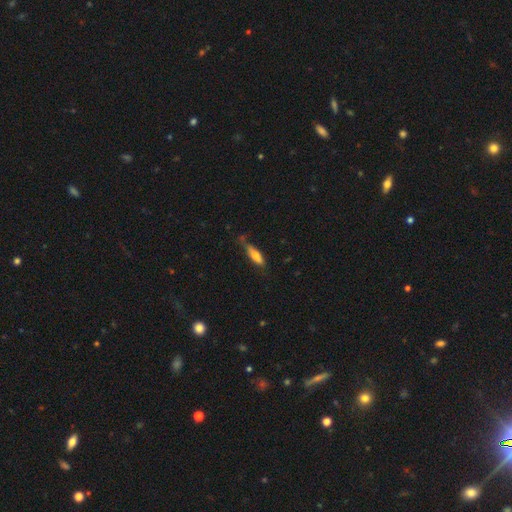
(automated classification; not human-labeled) The model was most divided on "how rounded": cigar-shaped: 60%, in between: 38%, round: 2%. More confident: smooth or featured — smooth (68%); merging — none (58%).